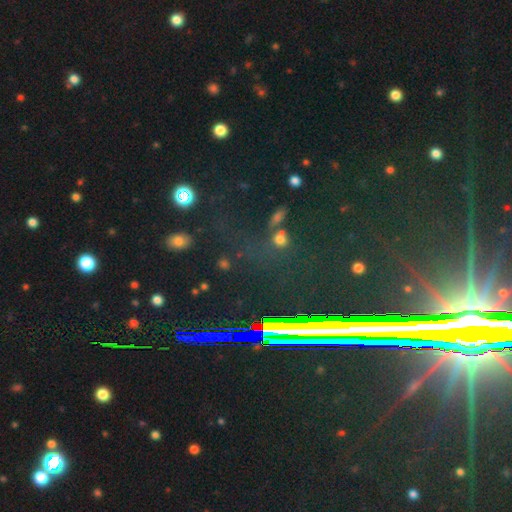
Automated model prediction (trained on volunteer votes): Overall: star or artifact (73%).